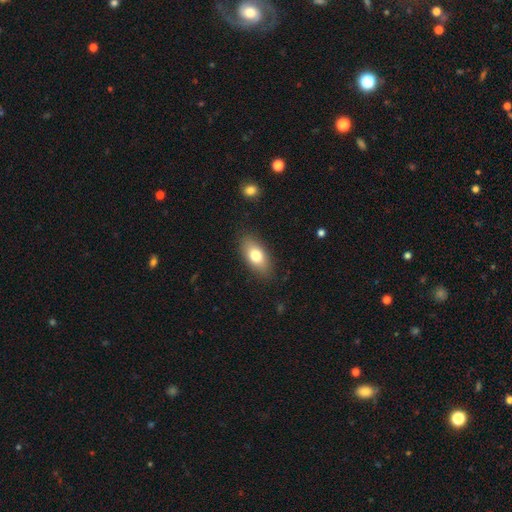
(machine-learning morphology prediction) Smooth or featured?
  - smooth: 77% *
  - featured or disk: 16%
  - star or artifact: 7%
How rounded?
  - in between: 87% *
  - cigar-shaped: 8%
  - round: 5%
Merging?
  - none: 85% *
  - minor disturbance: 11%
  - major disturbance: 3%
  - merger: 1%